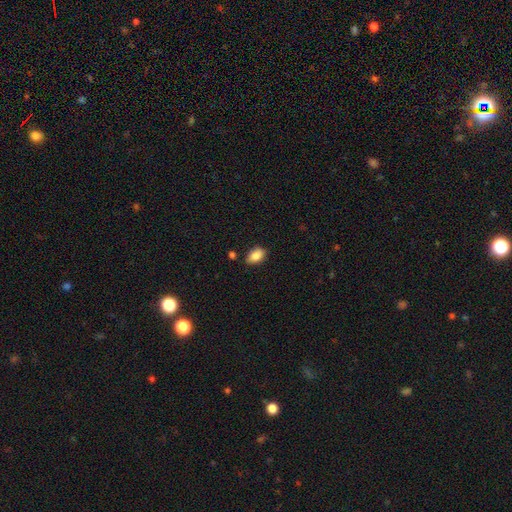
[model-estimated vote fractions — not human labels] A smooth galaxy with no disk features (86%) that is in between round and cigar-shaped (89%). Merging: none (80%).